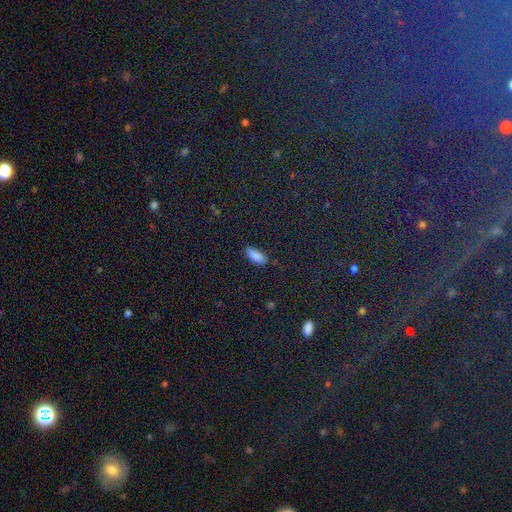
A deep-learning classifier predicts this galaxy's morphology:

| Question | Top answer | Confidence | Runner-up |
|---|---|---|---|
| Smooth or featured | smooth | 86% | star or artifact (10%) |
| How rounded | in between | 85% | cigar-shaped (13%) |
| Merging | none | 82% | minor disturbance (13%) |